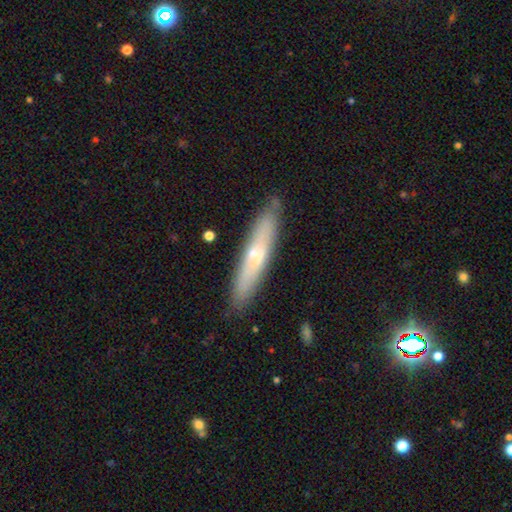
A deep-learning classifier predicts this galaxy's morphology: smooth-or-featured: smooth: 50% | featured or disk: 43% | star or artifact: 6%
  how-rounded: cigar-shaped: 88% | in between: 10% | round: 1%
  merging: none: 85% | minor disturbance: 11% | major disturbance: 2% | merger: 2%